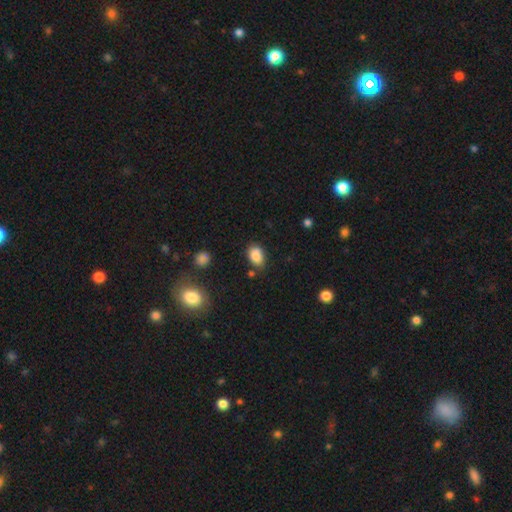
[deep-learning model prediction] The model was most divided on "merging": none: 71%, minor disturbance: 20%, merger: 6%, major disturbance: 4%. More confident: smooth or featured — smooth (84%); how rounded — in between (83%).